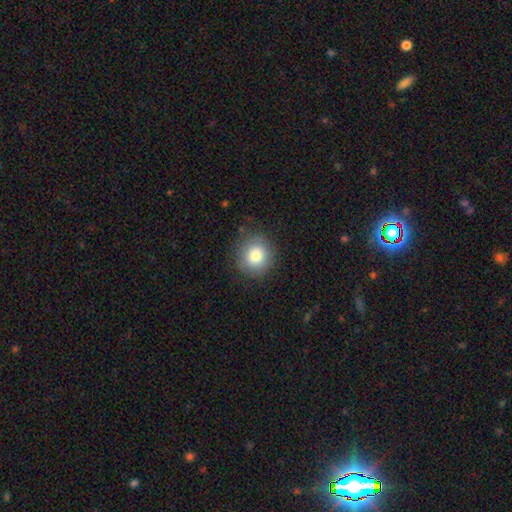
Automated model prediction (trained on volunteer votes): Smooth or featured?
  - smooth: 79% *
  - featured or disk: 11%
  - star or artifact: 10%
How rounded?
  - round: 91% *
  - in between: 8%
  - cigar-shaped: 1%
Merging?
  - none: 86% *
  - minor disturbance: 10%
  - major disturbance: 3%
  - merger: 1%